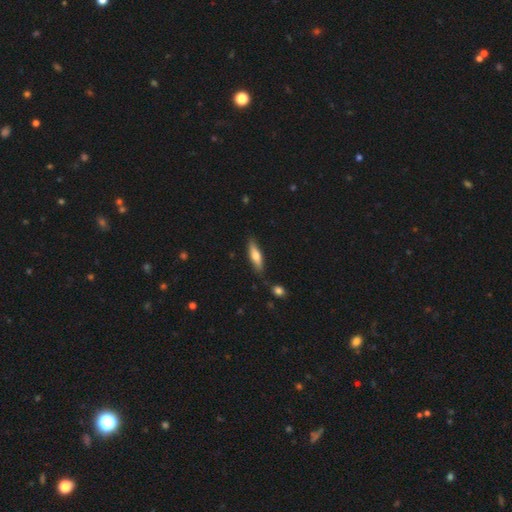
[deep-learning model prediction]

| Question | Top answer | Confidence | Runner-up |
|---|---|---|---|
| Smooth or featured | smooth | 63% | featured or disk (31%) |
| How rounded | cigar-shaped | 64% | in between (34%) |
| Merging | none | 83% | minor disturbance (12%) |